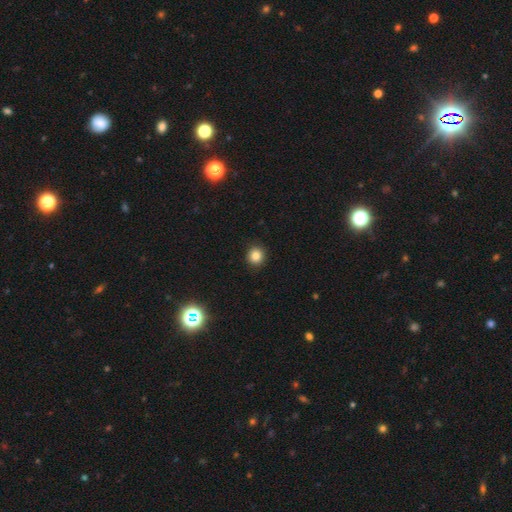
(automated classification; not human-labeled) Morphology: type=smooth (84%); roundness=round (91%); merging=none (92%).